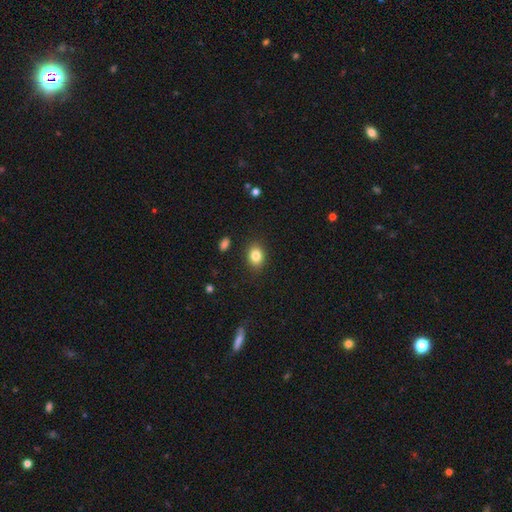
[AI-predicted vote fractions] smooth_or_featured: smooth (p=0.84) [alt: star or artifact p=0.09]
how_rounded: in between (p=0.62) [alt: round p=0.37]
merging: none (p=0.88) [alt: minor disturbance p=0.09]